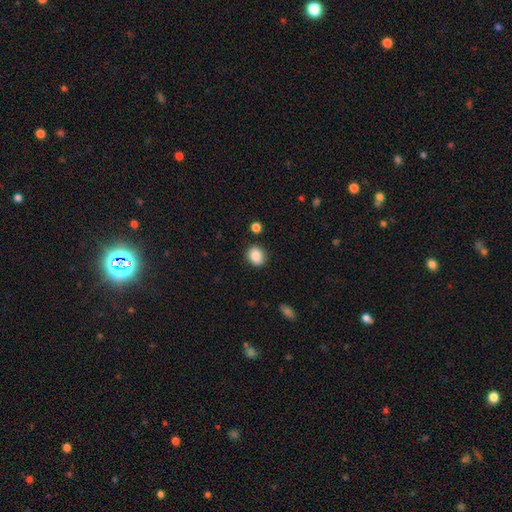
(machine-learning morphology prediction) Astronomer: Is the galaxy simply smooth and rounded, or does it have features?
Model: smooth — 88%.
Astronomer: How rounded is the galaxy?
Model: round — 61% (runner-up: in between, 38%).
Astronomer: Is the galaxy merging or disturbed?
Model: none — 85%.